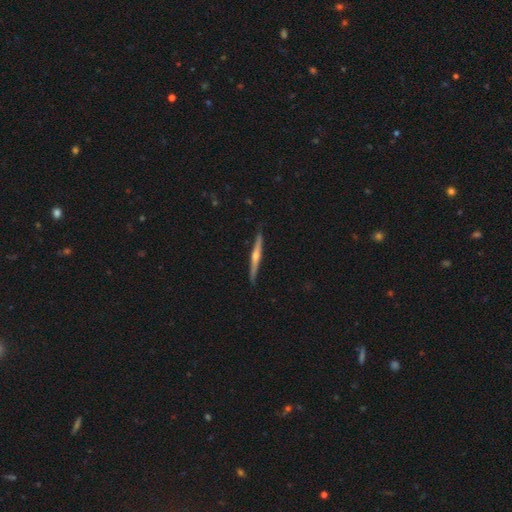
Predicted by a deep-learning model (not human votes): Smooth or featured? featured or disk (71%)
Edge-on disk? yes (98%)
Edge-on bulge? rounded (86%)
Merging? none (90%)